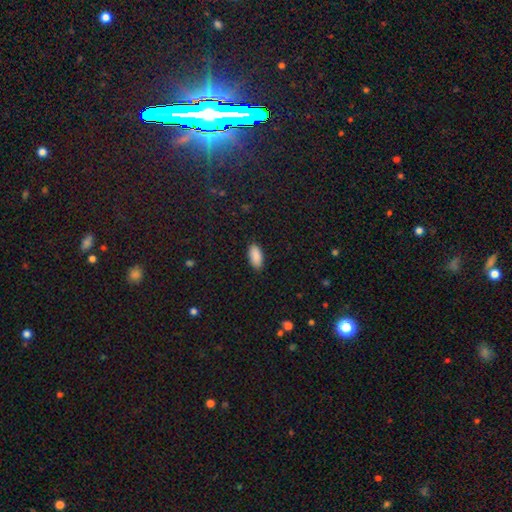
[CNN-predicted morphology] Q: Smooth or featured?
A: smooth (90%); runner-up: star or artifact (6%)
Q: How rounded?
A: in between (92%); runner-up: cigar-shaped (6%)
Q: Merging?
A: none (89%); runner-up: minor disturbance (8%)